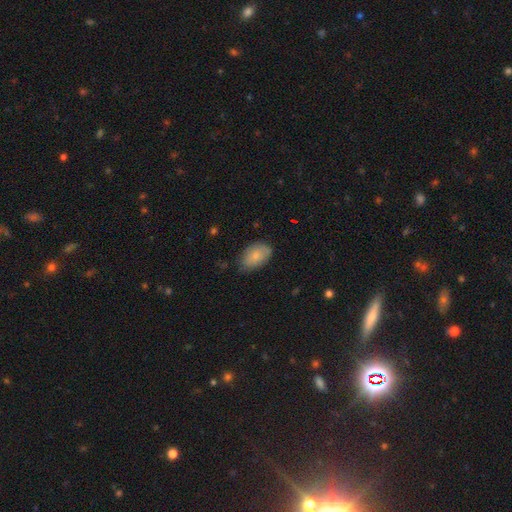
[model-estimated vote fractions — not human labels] Morphology: type=smooth (78%); roundness=in between (91%); merging=none (69%).